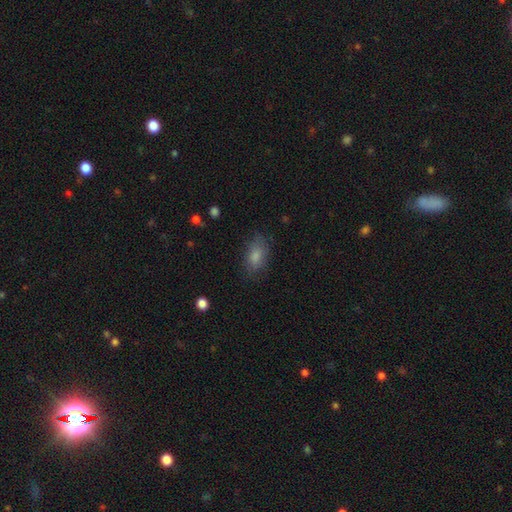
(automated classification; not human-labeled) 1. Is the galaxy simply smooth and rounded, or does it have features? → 82% smooth, 10% featured or disk, 8% star or artifact.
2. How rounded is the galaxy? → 89% in between, 7% round, 4% cigar-shaped.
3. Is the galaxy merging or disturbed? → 73% none, 19% minor disturbance, 7% major disturbance, 1% merger.